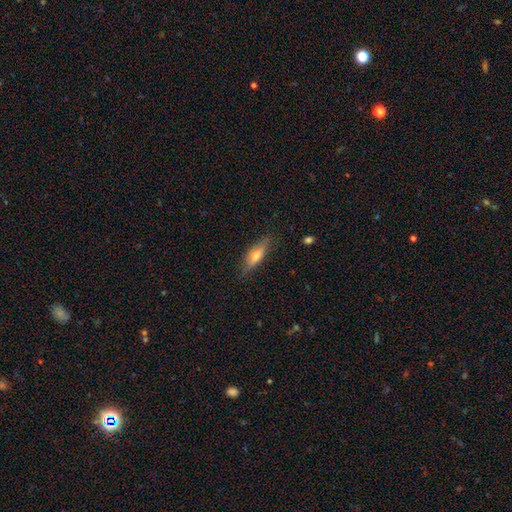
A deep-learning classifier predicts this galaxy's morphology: type=smooth (51%); roundness=cigar-shaped (51%); merging=none (80%).